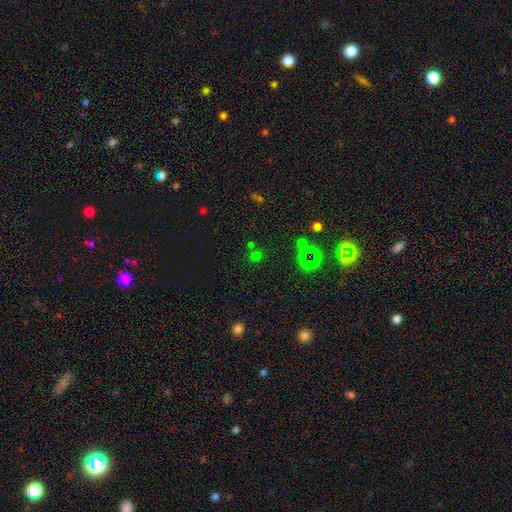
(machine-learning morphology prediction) Smooth or featured? star or artifact (47%)